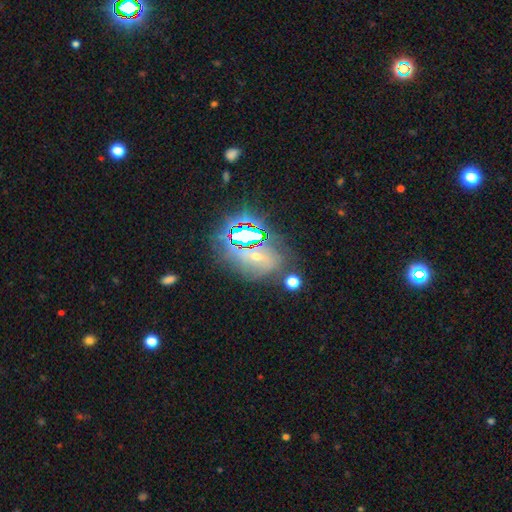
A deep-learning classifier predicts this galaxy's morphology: Overall: star or artifact (52%; smooth 25%).